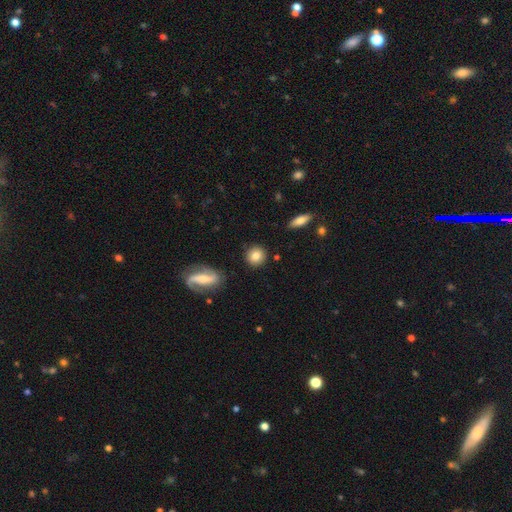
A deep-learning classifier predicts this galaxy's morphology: Q: Smooth or featured?
A: smooth (80%); runner-up: featured or disk (12%)
Q: How rounded?
A: round (90%); runner-up: in between (9%)
Q: Merging?
A: none (89%); runner-up: minor disturbance (7%)